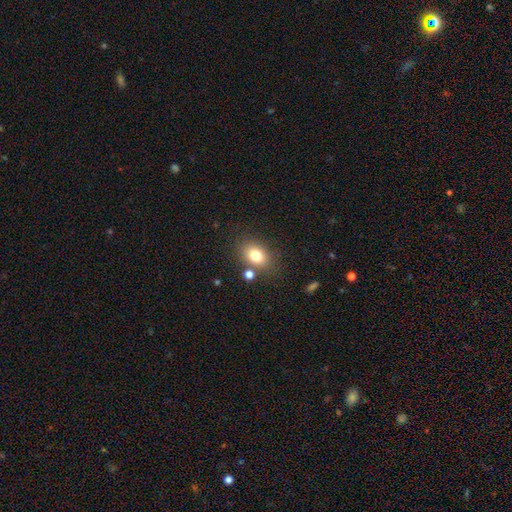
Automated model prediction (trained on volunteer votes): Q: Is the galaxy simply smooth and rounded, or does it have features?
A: smooth — 78%.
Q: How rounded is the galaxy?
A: in between — 67%.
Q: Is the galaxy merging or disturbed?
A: none — 76%.